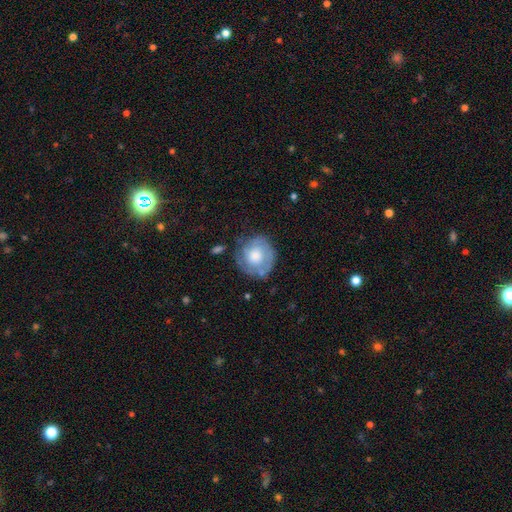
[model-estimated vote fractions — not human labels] Morphology: type=featured or disk (53%); edge-on=no (97%); bar=no (83%); spiral arms=yes (65%); bulge=moderate (39%); merging=none (65%).